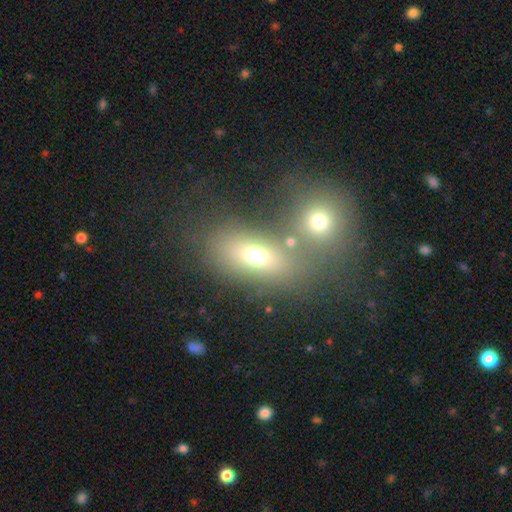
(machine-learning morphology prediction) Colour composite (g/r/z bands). It shows a smooth galaxy with no disk features (65%) that is in between round and cigar-shaped (67%). Merging: merger (42%, tied with none).